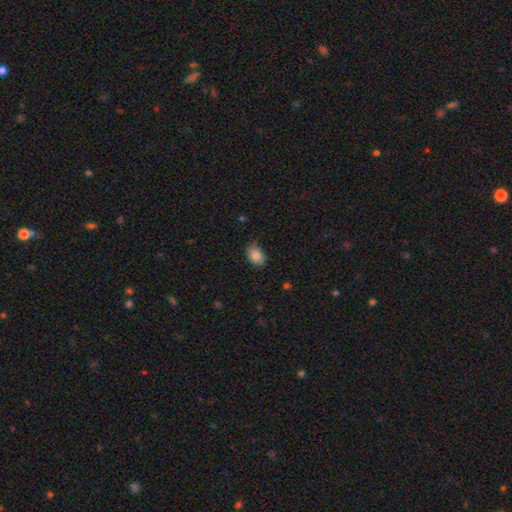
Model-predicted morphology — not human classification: This is clearly a smooth galaxy (84%). How rounded: clearly in between (81%). Merging: likely none (78%).